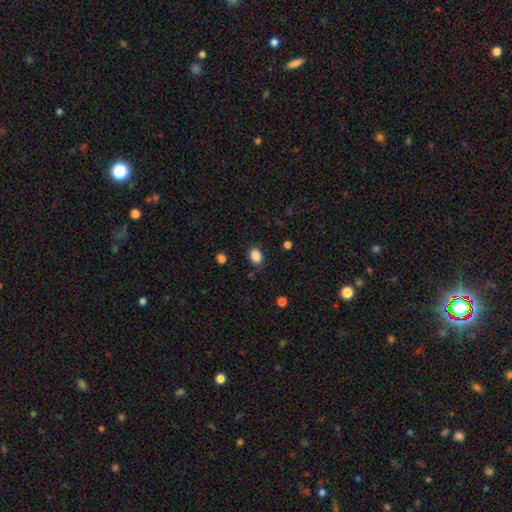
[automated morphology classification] The model was most divided on "how rounded": in between: 68%, round: 31%, cigar-shaped: 1%. More confident: smooth or featured — smooth (87%); merging — none (82%).